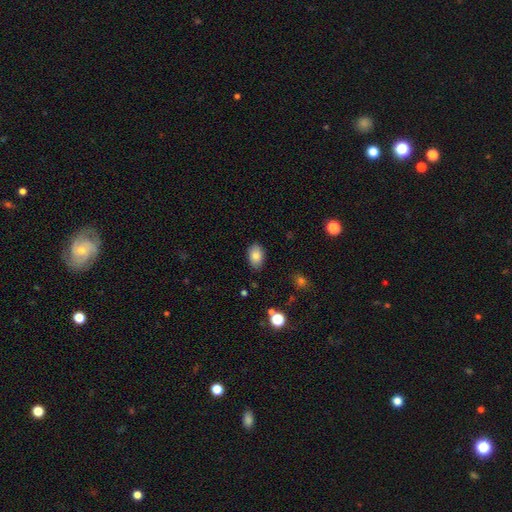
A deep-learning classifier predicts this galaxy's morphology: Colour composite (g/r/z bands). It shows a smooth galaxy with no disk features (83%) that is in between round and cigar-shaped (87%). Merging: none (84%).